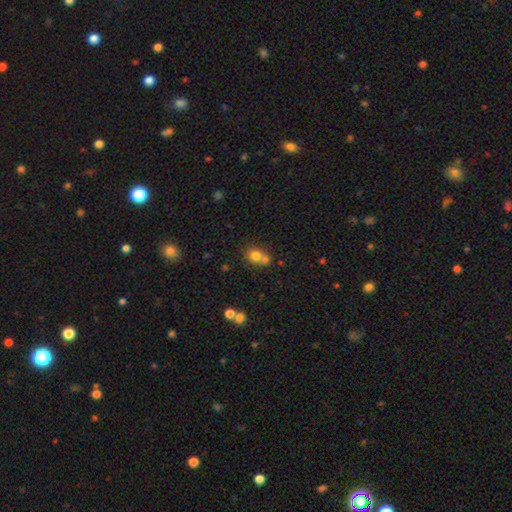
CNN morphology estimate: Smooth or featured?
  - smooth: 76% *
  - star or artifact: 12%
  - featured or disk: 11%
How rounded?
  - round: 78% *
  - in between: 21%
  - cigar-shaped: 1%
Merging?
  - none: 44% * (tied)
  - merger: 44% * (tied)
  - minor disturbance: 9%
  - major disturbance: 4%